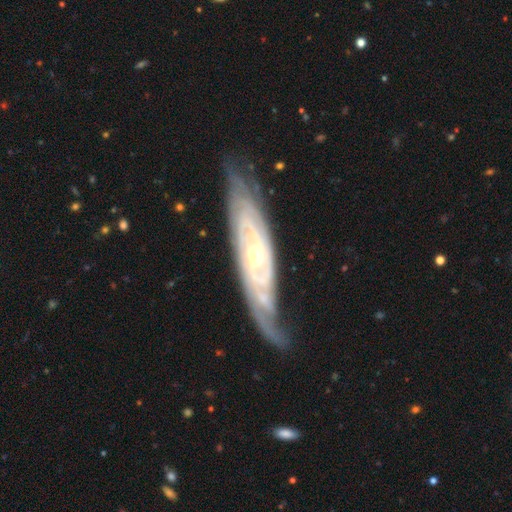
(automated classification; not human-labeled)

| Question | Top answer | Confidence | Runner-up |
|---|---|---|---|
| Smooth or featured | featured or disk | 88% | smooth (7%) |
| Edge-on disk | no | 81% | yes (19%) |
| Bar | no | 60% | weak (30%) |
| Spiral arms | yes | 97% | no (3%) |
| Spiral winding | tight | 72% | medium (23%) |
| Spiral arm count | can't tell | 35% | 2 (31%) |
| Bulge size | small | 61% | moderate (36%) |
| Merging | none | 71% | minor disturbance (21%) |